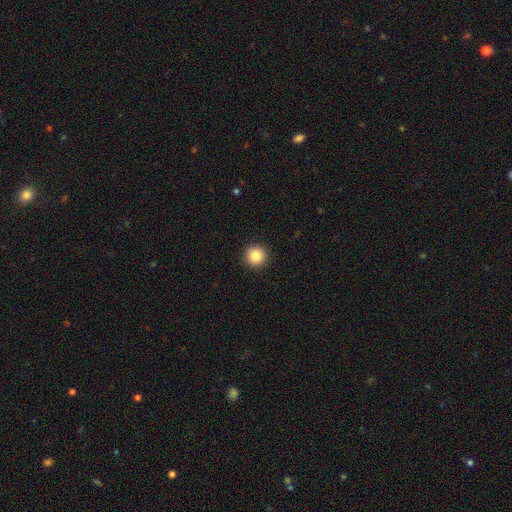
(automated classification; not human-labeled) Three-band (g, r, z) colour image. It shows a smooth galaxy with no disk features (86%) that is round (95%). Merging: none (93%).